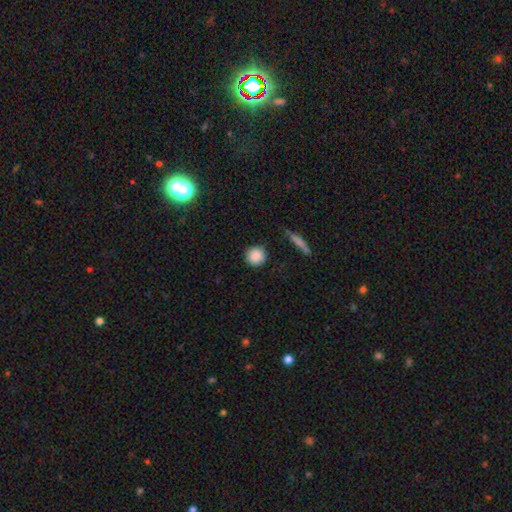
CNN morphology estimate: This is clearly a smooth galaxy (88%). How rounded: clearly round (94%). Merging: clearly none (88%).